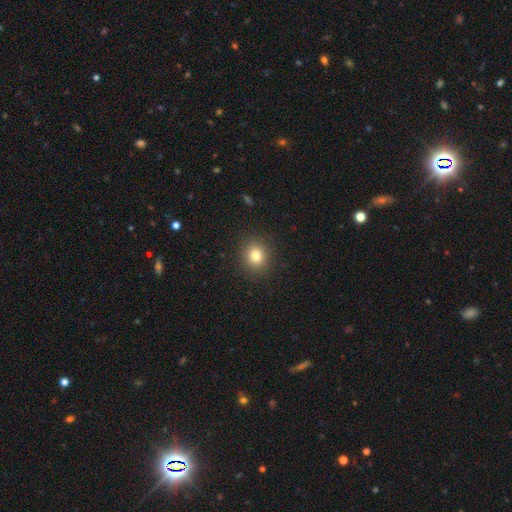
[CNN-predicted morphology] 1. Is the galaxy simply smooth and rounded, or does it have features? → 80% smooth, 12% star or artifact, 7% featured or disk.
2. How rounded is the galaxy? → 85% round, 14% in between, 1% cigar-shaped.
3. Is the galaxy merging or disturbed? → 91% none, 6% minor disturbance, 2% major disturbance, 1% merger.